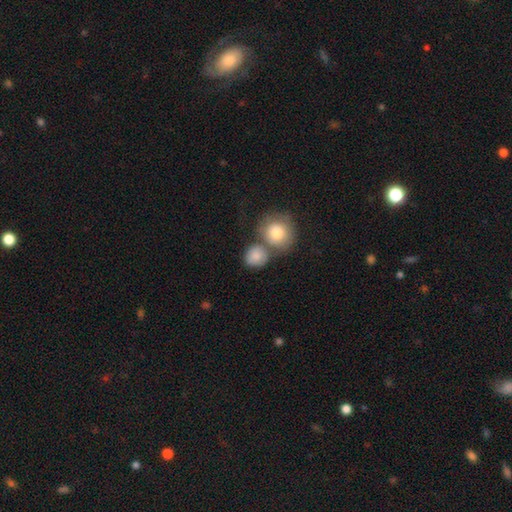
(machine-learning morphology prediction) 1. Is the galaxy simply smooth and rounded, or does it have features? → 83% smooth, 9% featured or disk, 7% star or artifact.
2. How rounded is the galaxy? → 80% round, 19% in between, 1% cigar-shaped.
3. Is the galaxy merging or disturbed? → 47% none, 37% merger, 12% minor disturbance, 5% major disturbance.